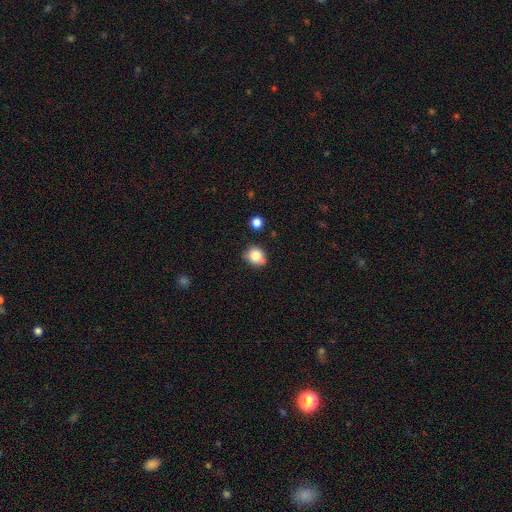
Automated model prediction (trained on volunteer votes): Smooth or featured? Predicted: smooth (p=0.81). How rounded? Predicted: round (p=0.71). Merging? Predicted: none (p=0.68).